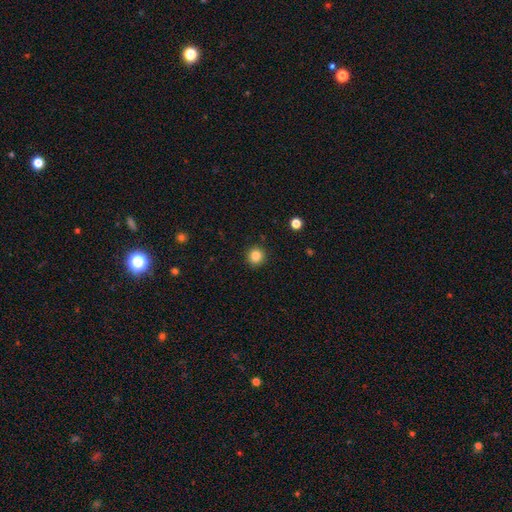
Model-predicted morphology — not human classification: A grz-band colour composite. It shows a smooth galaxy with no disk features (84%) that is round (92%). Merging: none (91%).